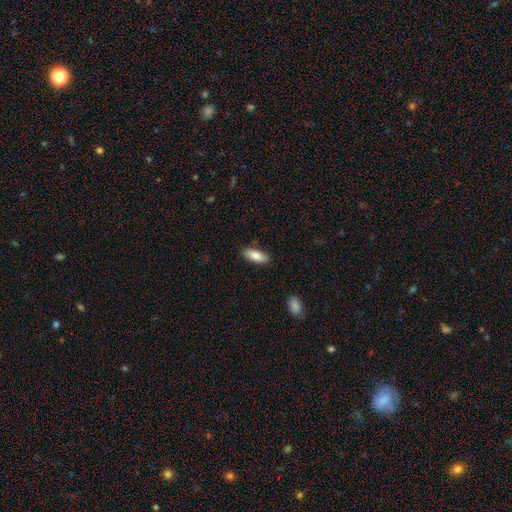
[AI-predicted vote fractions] Q: Smooth or featured?
A: smooth (84%); runner-up: featured or disk (10%)
Q: How rounded?
A: in between (76%); runner-up: cigar-shaped (22%)
Q: Merging?
A: none (86%); runner-up: minor disturbance (10%)